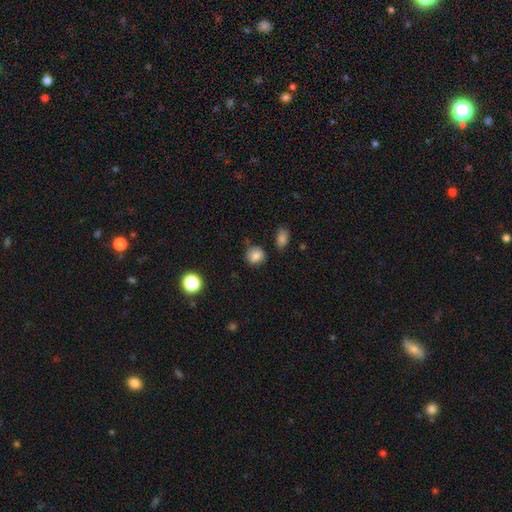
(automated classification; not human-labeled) Smooth or featured? smooth (81%)
How rounded? round (69%)
Merging? none (65%)